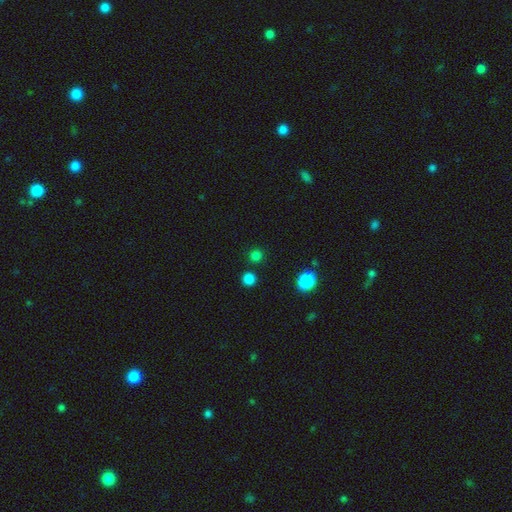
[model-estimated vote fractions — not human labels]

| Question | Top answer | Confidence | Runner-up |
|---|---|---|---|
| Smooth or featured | smooth | 78% | star or artifact (18%) |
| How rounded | round | 92% | in between (7%) |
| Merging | none | 85% | minor disturbance (6%) |